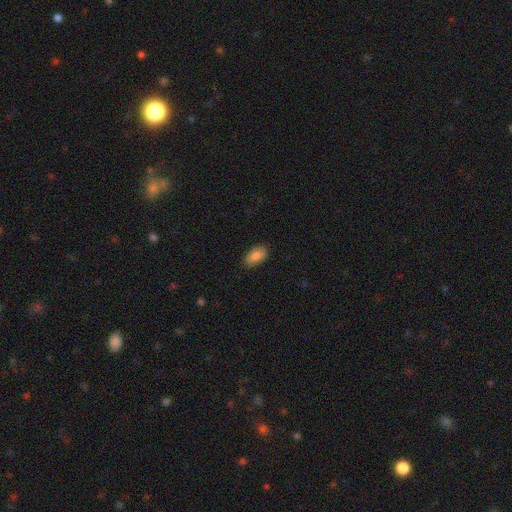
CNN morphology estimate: type=smooth (86%); roundness=in between (93%); merging=none (86%).